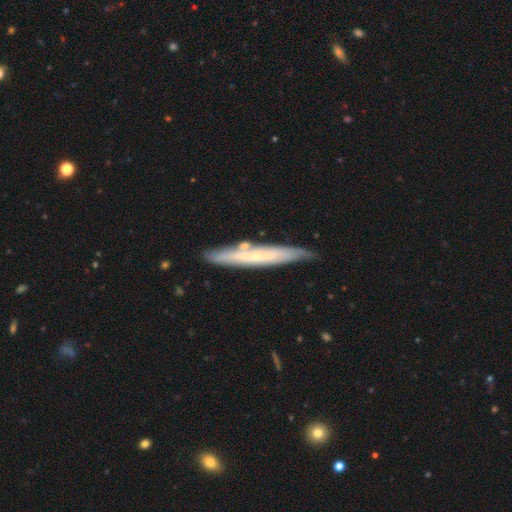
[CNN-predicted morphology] type=featured or disk (58%); edge-on=yes (84%); merging=none (81%).